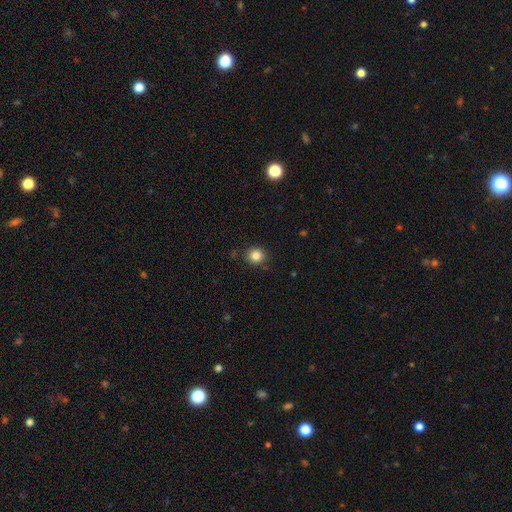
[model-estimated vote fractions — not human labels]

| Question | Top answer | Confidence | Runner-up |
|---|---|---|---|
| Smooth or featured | smooth | 83% | star or artifact (12%) |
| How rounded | round | 91% | in between (8%) |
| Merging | none | 89% | minor disturbance (8%) |